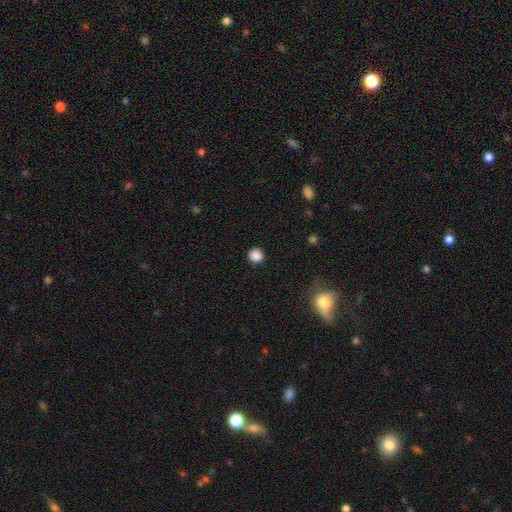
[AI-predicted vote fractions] A smooth galaxy with no disk features (87%) that is round (91%).

Vote fractions:
- Smooth or featured? smooth: 87% / star or artifact: 10% / featured or disk: 3%
- How rounded? round: 91% / in between: 8% / cigar-shaped: 1%
- Merging? none: 91% / minor disturbance: 5% / major disturbance: 2% / merger: 1%